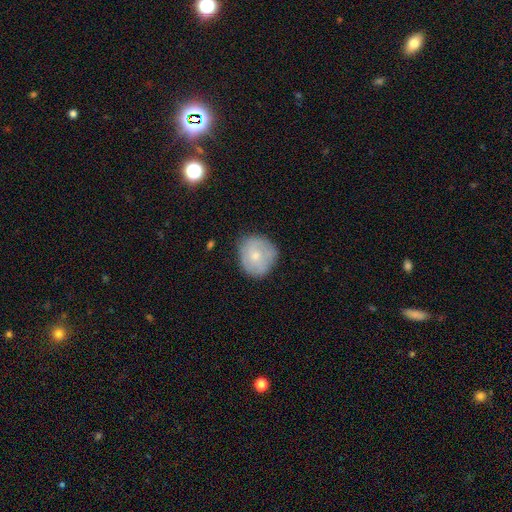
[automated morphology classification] This appears to be a smooth galaxy with no disk features (64%) that is round (82%). Merging: none (72%).